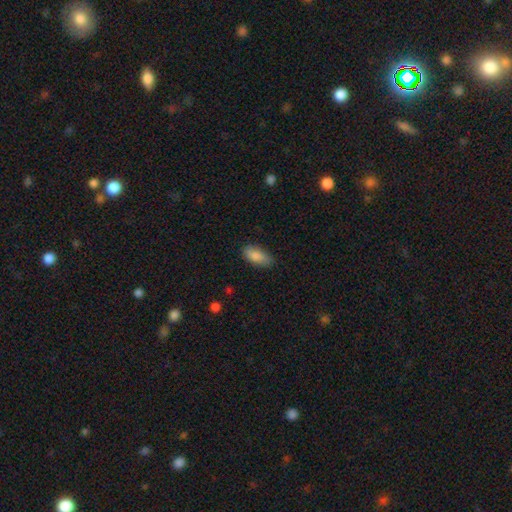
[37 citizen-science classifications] Smooth or featured: smooth — 95% (featured or disk — 3%)
How rounded: in between — 94% (round — 3%)
Merging: none — 86% (minor disturbance — 8%)